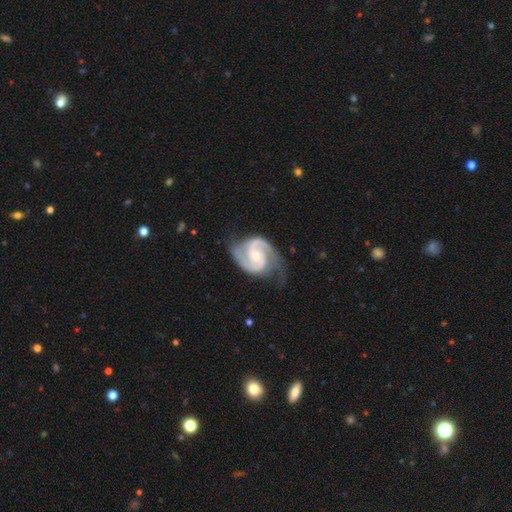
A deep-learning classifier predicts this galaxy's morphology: Overall: featured or disk (93%). Edge-on disk: no (98%). Bar: no (47%; weak 41%). Spiral arms: yes (99%). Spiral arm count: 2 (91%). Spiral winding: medium (53%; tight 39%). Bulge size: moderate (50%; small 43%). Merging: none (64%).